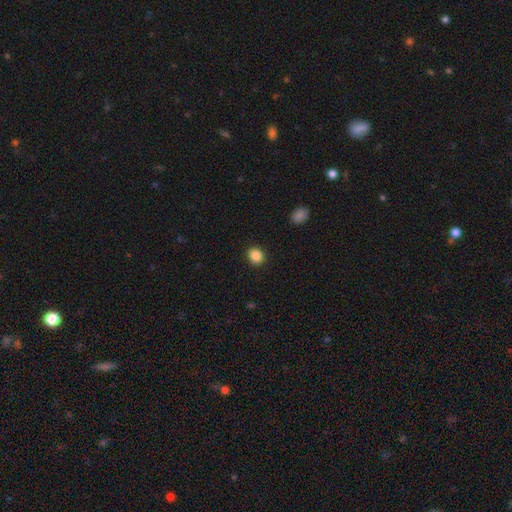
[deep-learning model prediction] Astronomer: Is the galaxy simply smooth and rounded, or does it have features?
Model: smooth — 87%.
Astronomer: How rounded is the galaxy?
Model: round — 82%.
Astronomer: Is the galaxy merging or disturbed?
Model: none — 91%.